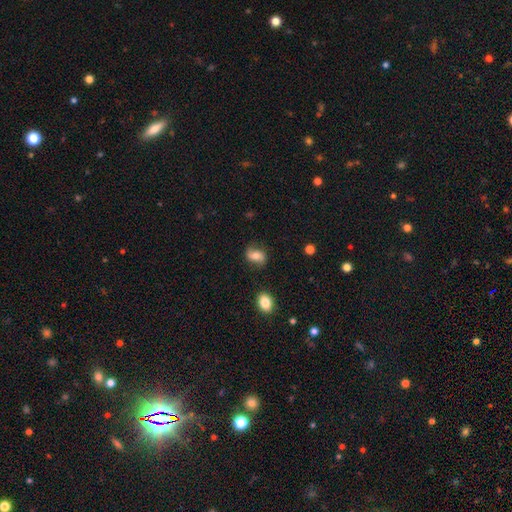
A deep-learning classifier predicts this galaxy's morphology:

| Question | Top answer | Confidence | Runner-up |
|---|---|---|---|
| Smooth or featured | smooth | 56% | featured or disk (33%) |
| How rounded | in between | 75% | round (23%) |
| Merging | none | 73% | minor disturbance (18%) |